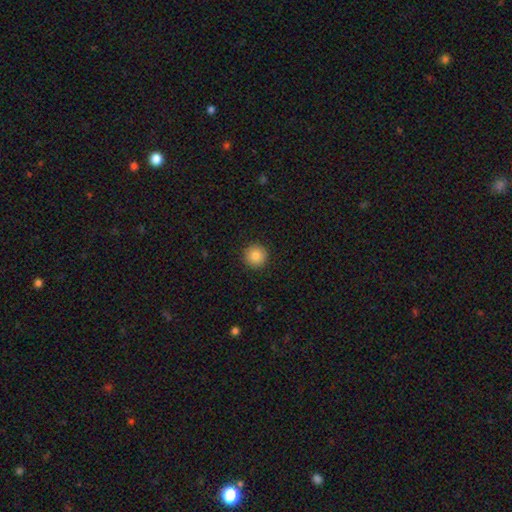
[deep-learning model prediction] smooth_or_featured: smooth (p=0.86) [alt: star or artifact p=0.09]
how_rounded: round (p=0.96) [alt: in between p=0.03]
merging: none (p=0.92) [alt: minor disturbance p=0.05]